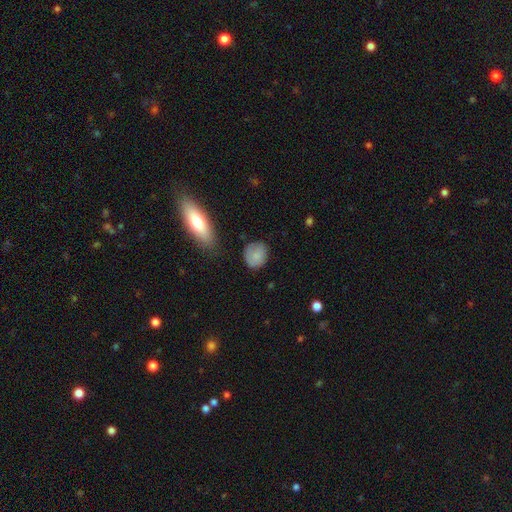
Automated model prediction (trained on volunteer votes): smooth 82%, featured or disk 10%, star or artifact 8%. Down the decision tree: how rounded — round (78%); merging — none (72%).